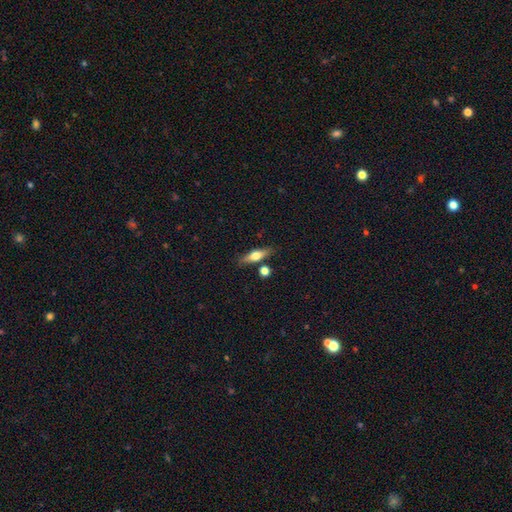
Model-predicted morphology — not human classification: This appears to be a smooth galaxy with no disk features (51%) that is cigar-shaped (56%). Merging: none (78%).